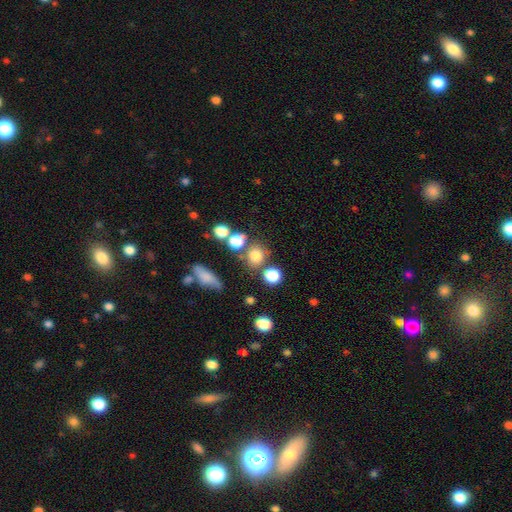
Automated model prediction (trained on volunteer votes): Overall: smooth (75%). How rounded: round (73%). Merging: none (60%; merger 22%).